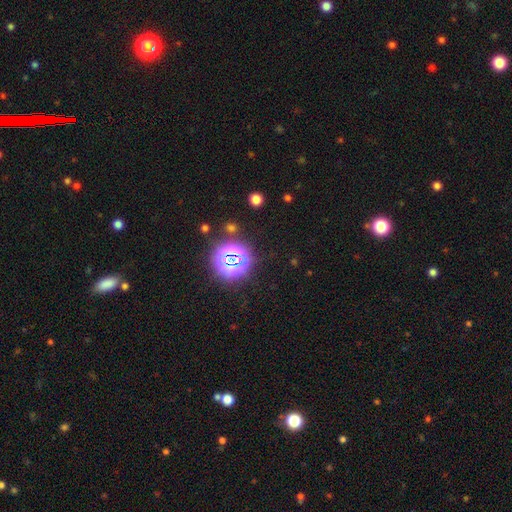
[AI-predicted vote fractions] Morphology: type=star or artifact (79%).